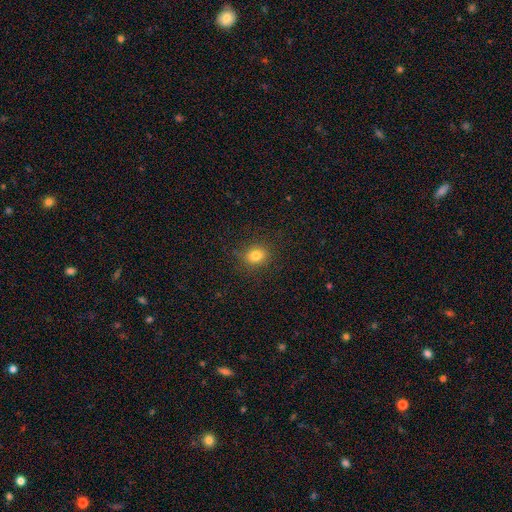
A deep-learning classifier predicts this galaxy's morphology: Smooth or featured?
  - smooth: 81% *
  - star or artifact: 13%
  - featured or disk: 6%
How rounded?
  - round: 62% *
  - in between: 37%
  - cigar-shaped: 1%
Merging?
  - none: 85% *
  - minor disturbance: 11%
  - major disturbance: 3%
  - merger: 1%